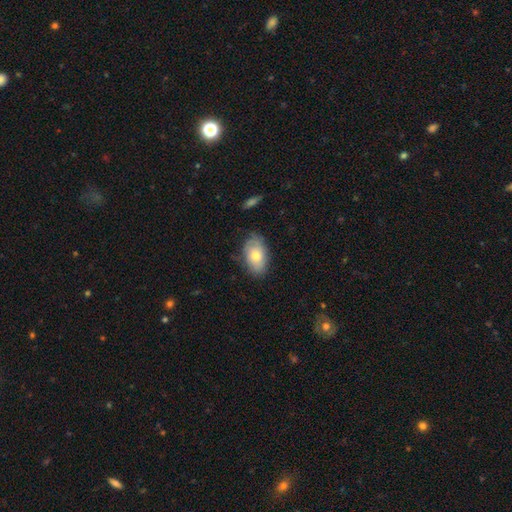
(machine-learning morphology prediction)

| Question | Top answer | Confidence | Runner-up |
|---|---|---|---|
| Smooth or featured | smooth | 68% | featured or disk (25%) |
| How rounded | in between | 91% | round (7%) |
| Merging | none | 71% | minor disturbance (22%) |